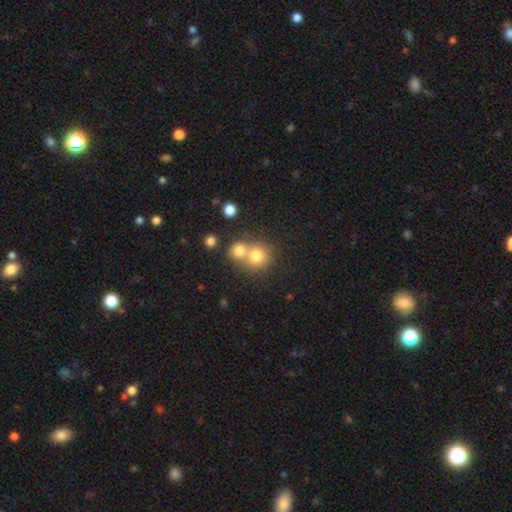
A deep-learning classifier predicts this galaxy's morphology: smooth_or_featured: smooth (p=0.77) [alt: star or artifact p=0.12]
how_rounded: round (p=0.86) [alt: in between p=0.13]
merging: merger (p=0.52) [alt: none p=0.40]